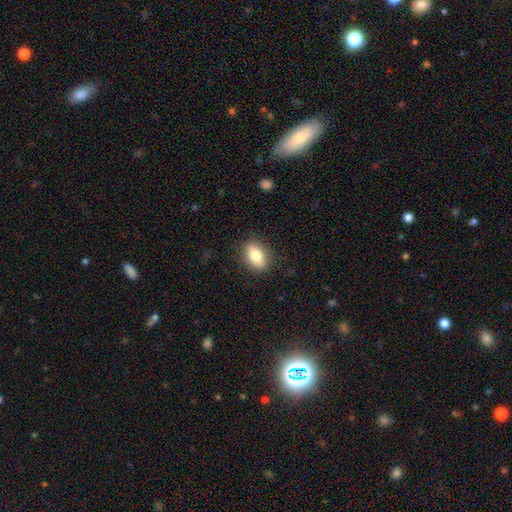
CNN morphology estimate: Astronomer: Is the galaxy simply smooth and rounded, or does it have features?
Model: smooth — 80%.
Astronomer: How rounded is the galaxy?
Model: in between — 82%.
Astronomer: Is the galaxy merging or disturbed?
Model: none — 86%.